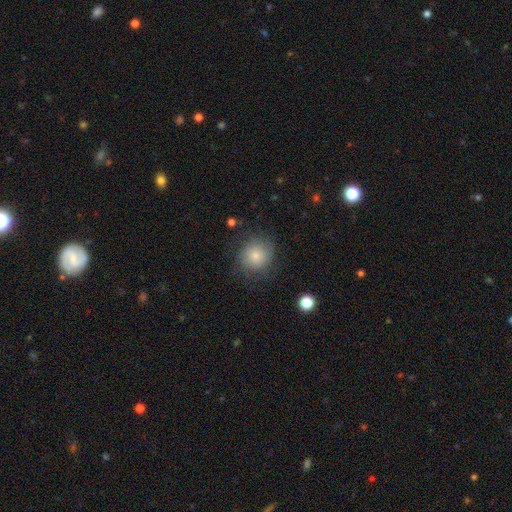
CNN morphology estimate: This is likely a smooth galaxy (78%). How rounded: clearly round (87%). Merging: likely none (77%).